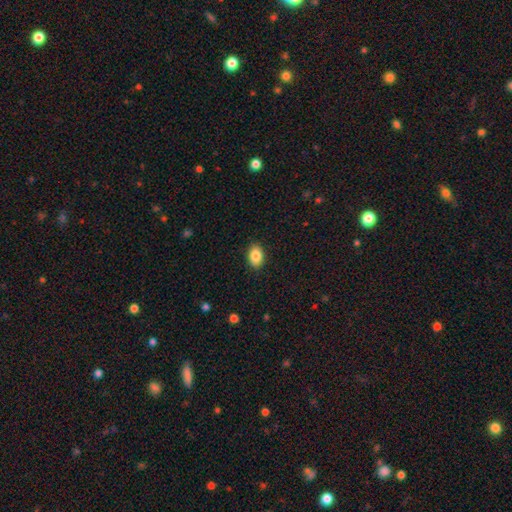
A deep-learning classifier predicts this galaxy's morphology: Smooth or featured? smooth (86%)
How rounded? in between (84%)
Merging? none (89%)